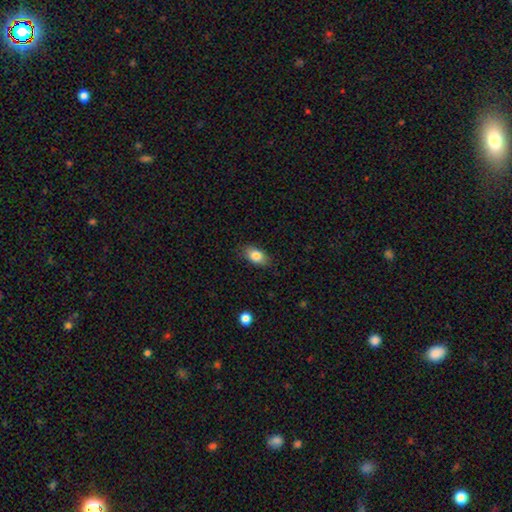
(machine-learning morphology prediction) smooth 83%, featured or disk 10%, star or artifact 8%. Down the decision tree: how rounded — in between (86%); merging — none (83%).